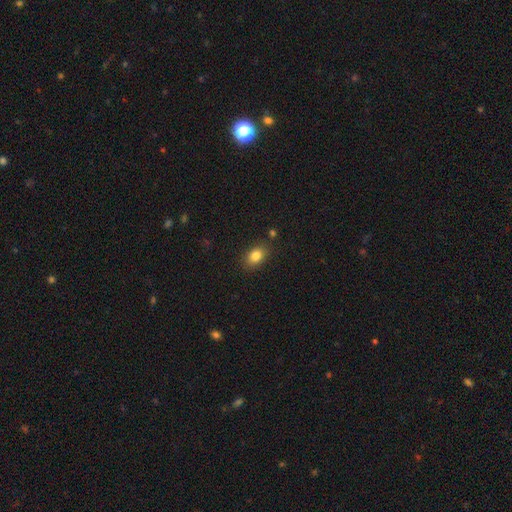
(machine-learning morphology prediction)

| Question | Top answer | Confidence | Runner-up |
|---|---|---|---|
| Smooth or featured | smooth | 83% | star or artifact (10%) |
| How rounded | in between | 75% | round (24%) |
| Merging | none | 82% | minor disturbance (12%) |